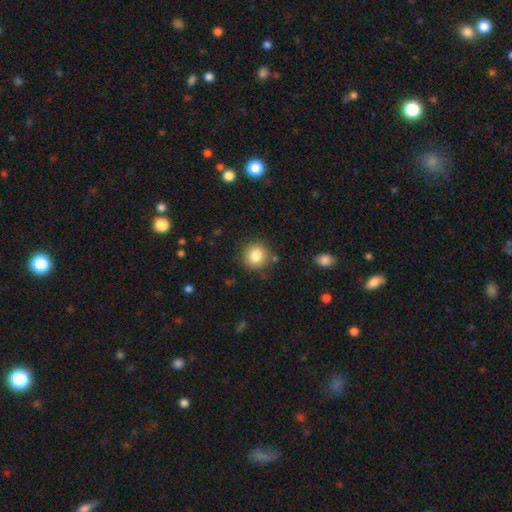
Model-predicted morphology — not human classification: smooth-or-featured: smooth: 83% | star or artifact: 10% | featured or disk: 7%
  how-rounded: round: 89% | in between: 10% | cigar-shaped: 1%
  merging: none: 85% | minor disturbance: 9% | major disturbance: 3% | merger: 3%